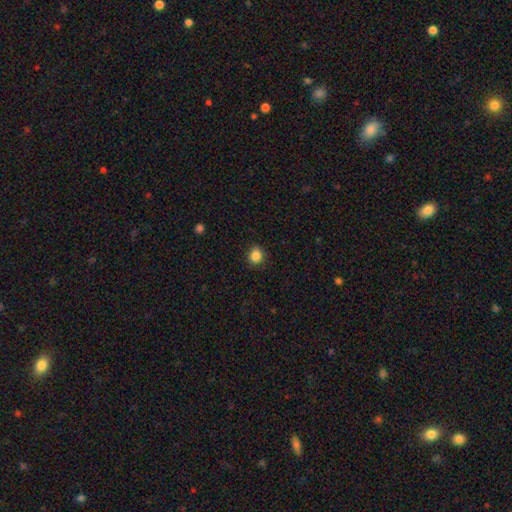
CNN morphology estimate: Smooth or featured? Predicted: smooth (p=0.86). How rounded? Predicted: round (p=0.77). Merging? Predicted: none (p=0.89).